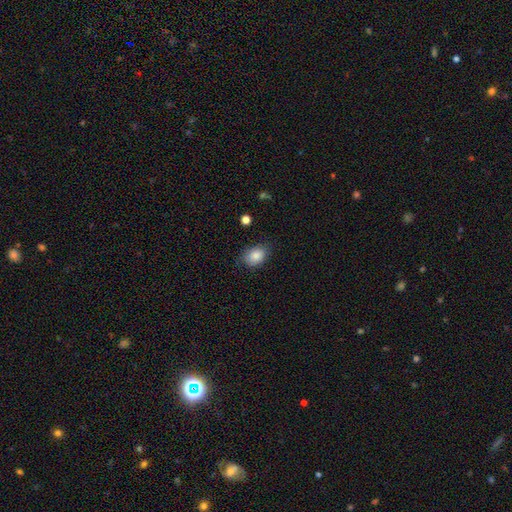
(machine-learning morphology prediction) Smooth or featured: smooth — 85% (star or artifact — 8%)
How rounded: in between — 72% (round — 27%)
Merging: none — 74% (minor disturbance — 20%)